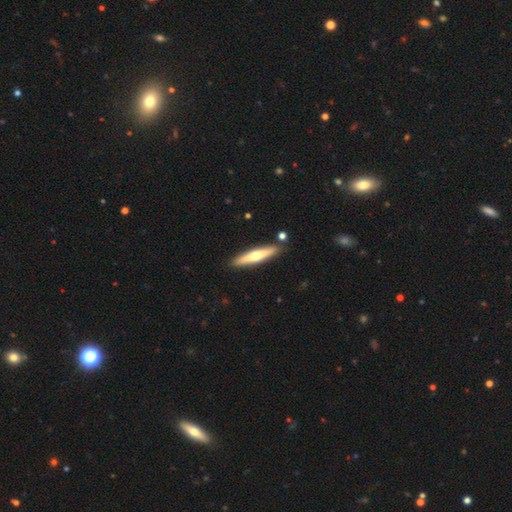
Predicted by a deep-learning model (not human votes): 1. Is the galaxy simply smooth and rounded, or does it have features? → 49% smooth, 46% featured or disk, 5% star or artifact.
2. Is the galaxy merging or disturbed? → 88% none, 8% minor disturbance, 3% merger, 2% major disturbance.